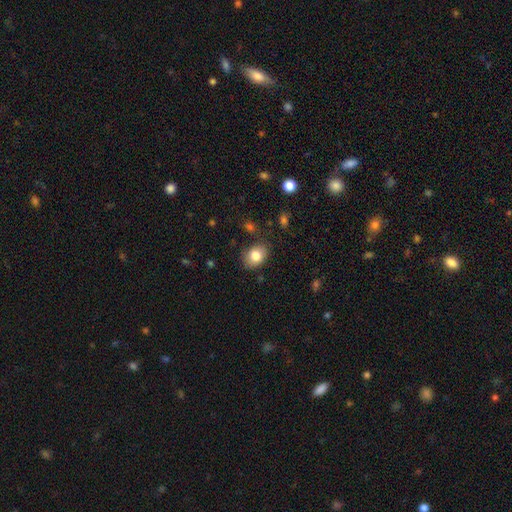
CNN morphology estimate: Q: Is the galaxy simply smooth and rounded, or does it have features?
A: smooth — 82%.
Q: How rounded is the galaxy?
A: in between — 65%.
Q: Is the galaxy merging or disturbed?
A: none — 82%.